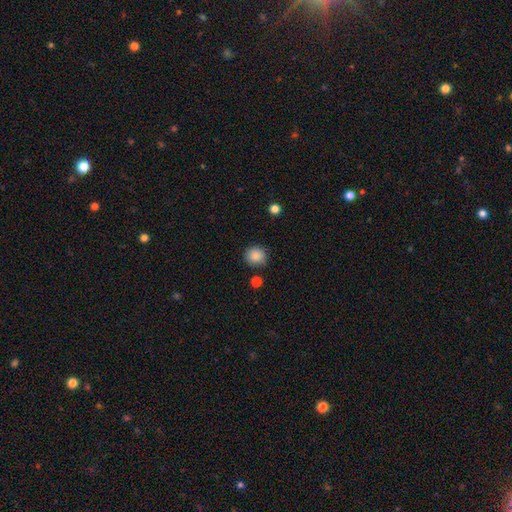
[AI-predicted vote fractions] Smooth or featured? Predicted: smooth (p=0.88). How rounded? Predicted: round (p=0.89). Merging? Predicted: none (p=0.82).